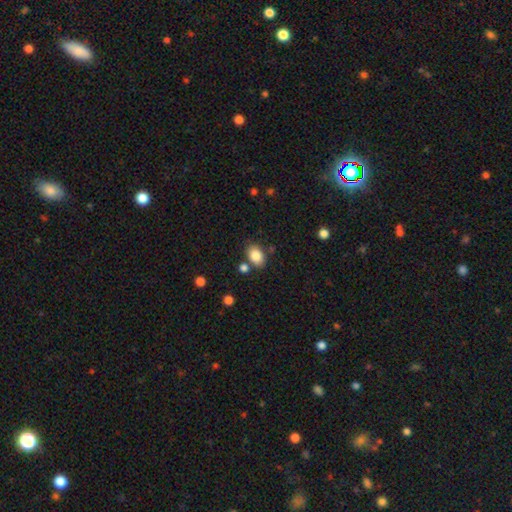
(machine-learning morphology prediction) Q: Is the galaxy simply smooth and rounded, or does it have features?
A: smooth — 85%.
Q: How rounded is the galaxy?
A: in between — 83%.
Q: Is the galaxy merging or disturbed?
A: none — 76%.